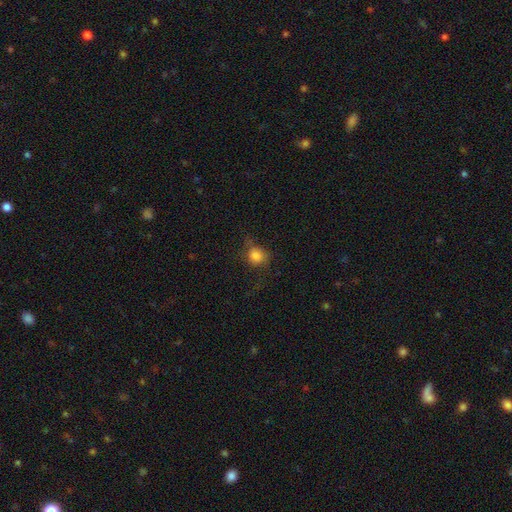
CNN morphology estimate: type=smooth (80%); roundness=round (80%); merging=none (56%).